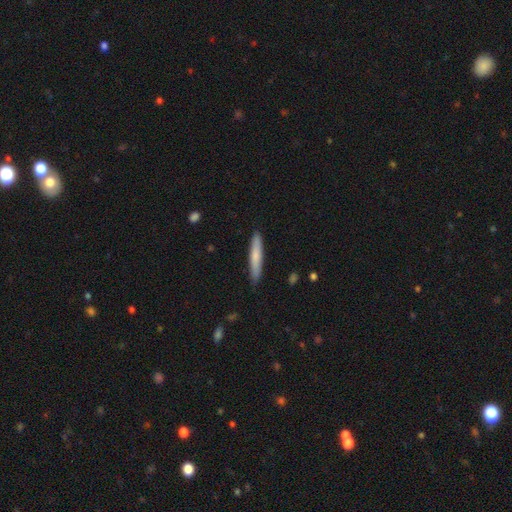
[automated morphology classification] Smooth or featured?
  - smooth: 71% *
  - featured or disk: 24%
  - star or artifact: 5%
How rounded?
  - cigar-shaped: 92% *
  - in between: 7%
  - round: 1%
Merging?
  - none: 89% *
  - minor disturbance: 9%
  - major disturbance: 2%
  - merger: 1%